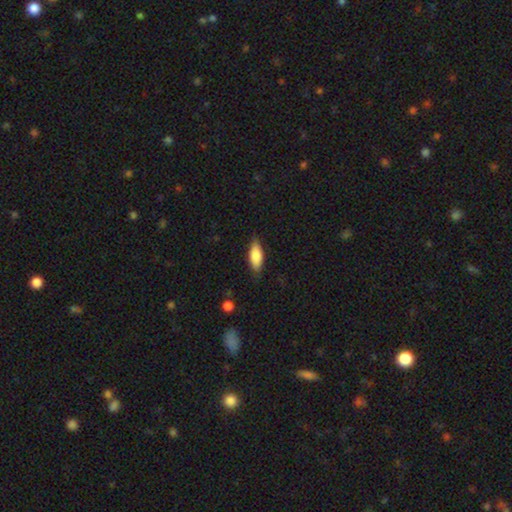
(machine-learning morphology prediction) smooth_or_featured: smooth (p=0.82) [alt: featured or disk p=0.12]
how_rounded: in between (p=0.77) [alt: cigar-shaped p=0.20]
merging: none (p=0.79) [alt: minor disturbance p=0.17]